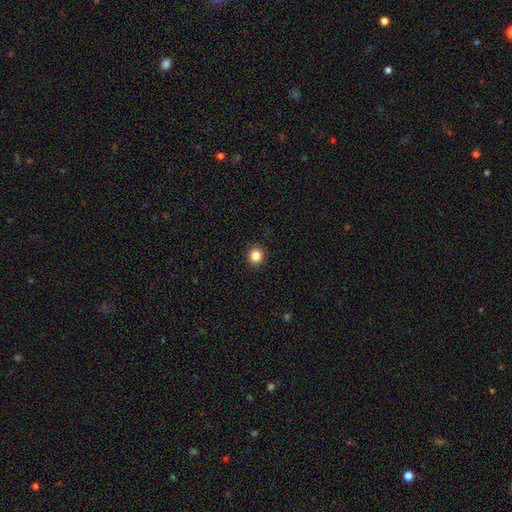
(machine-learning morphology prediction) Q: Smooth or featured?
A: smooth (86%); runner-up: star or artifact (11%)
Q: How rounded?
A: round (86%); runner-up: in between (13%)
Q: Merging?
A: none (92%); runner-up: minor disturbance (6%)